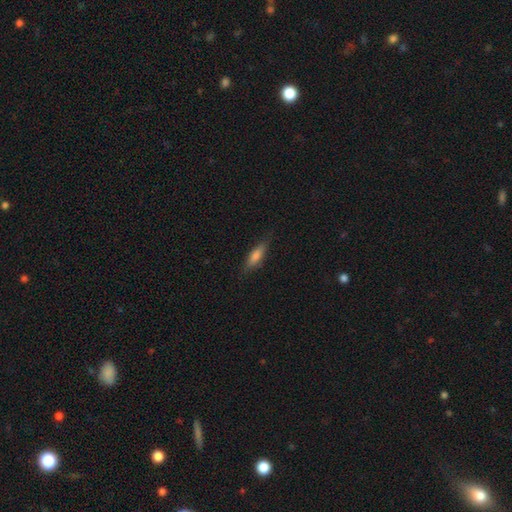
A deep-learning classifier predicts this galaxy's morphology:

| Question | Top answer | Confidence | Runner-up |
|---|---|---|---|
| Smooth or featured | smooth | 61% | featured or disk (29%) |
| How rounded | cigar-shaped | 62% | in between (35%) |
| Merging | none | 81% | minor disturbance (15%) |